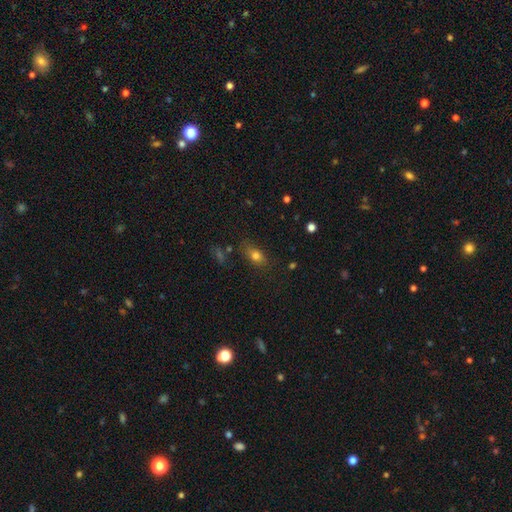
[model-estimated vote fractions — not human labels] This appears to be a smooth galaxy with no disk features (76%) that is in between round and cigar-shaped (75%). Merging: none (72%).